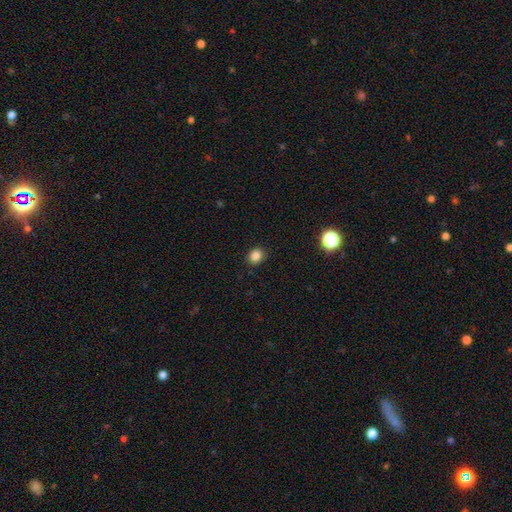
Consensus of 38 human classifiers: A smooth galaxy with no disk features (89%) that is round (74%). Merging: none (94%).